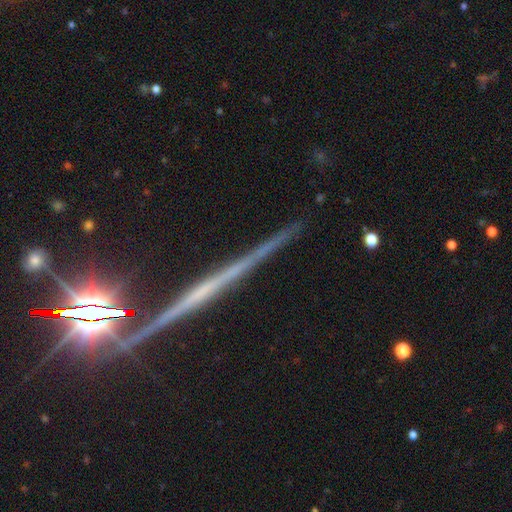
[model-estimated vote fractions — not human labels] Smooth or featured: featured or disk — 64% (star or artifact — 21%)
Edge-on disk: yes — 97% (no — 3%)
Edge-on bulge: none — 68% (rounded — 18%)
Merging: none — 87% (minor disturbance — 9%)